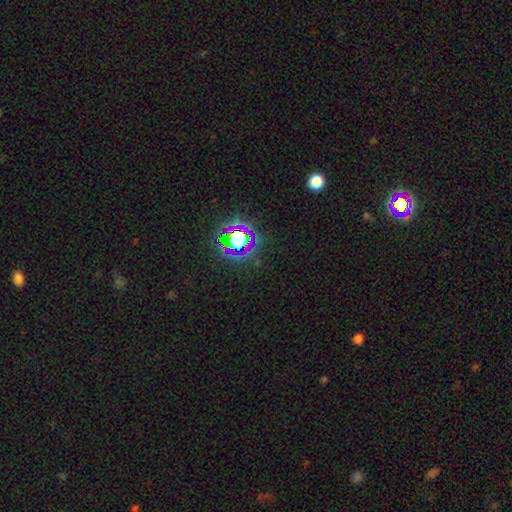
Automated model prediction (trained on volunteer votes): A star or artifact, not a galaxy (79%).